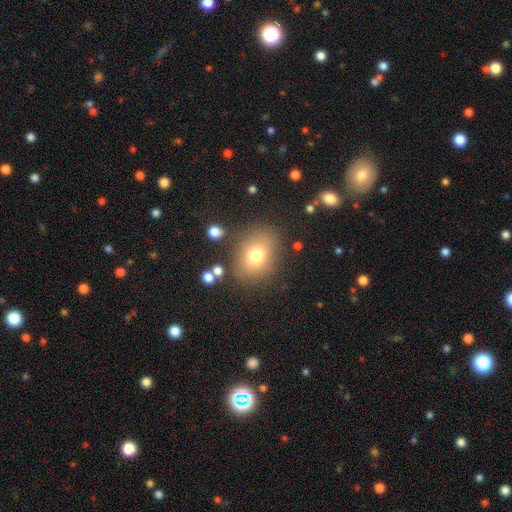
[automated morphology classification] A smooth galaxy with no disk features (73%) that is in between round and cigar-shaped (57%). Merging: none (79%).